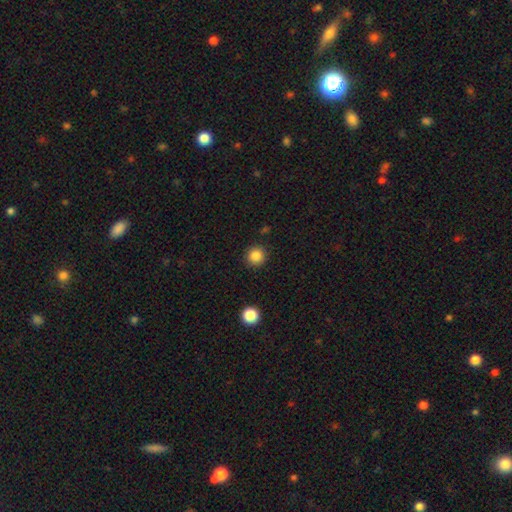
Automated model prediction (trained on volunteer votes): Smooth or featured?
  - smooth: 85% *
  - star or artifact: 11%
  - featured or disk: 4%
How rounded?
  - round: 95% *
  - in between: 5%
  - cigar-shaped: 1%
Merging?
  - none: 90% *
  - minor disturbance: 6%
  - major disturbance: 2%
  - merger: 2%